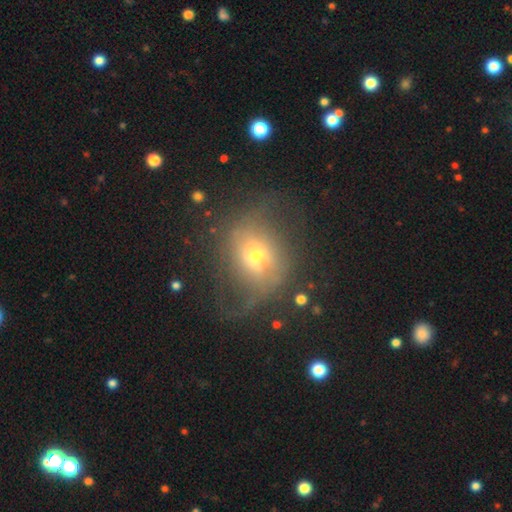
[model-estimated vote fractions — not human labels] Smooth or featured?
  - featured or disk: 47% *
  - smooth: 40%
  - star or artifact: 13%
Merging?
  - none: 46% *
  - major disturbance: 31%
  - minor disturbance: 21%
  - merger: 2%